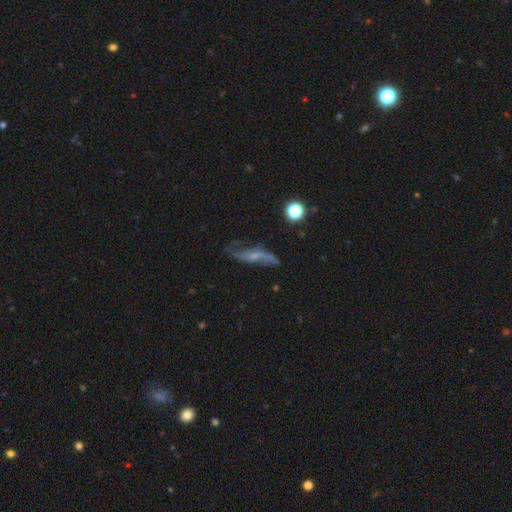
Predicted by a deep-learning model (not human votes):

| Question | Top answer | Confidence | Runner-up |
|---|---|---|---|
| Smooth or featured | featured or disk | 68% | smooth (21%) |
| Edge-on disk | no | 78% | yes (22%) |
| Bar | no | 59% | weak (30%) |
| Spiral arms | yes | 85% | no (15%) |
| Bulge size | small | 65% | moderate (20%) |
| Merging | none | 57% | minor disturbance (23%) |